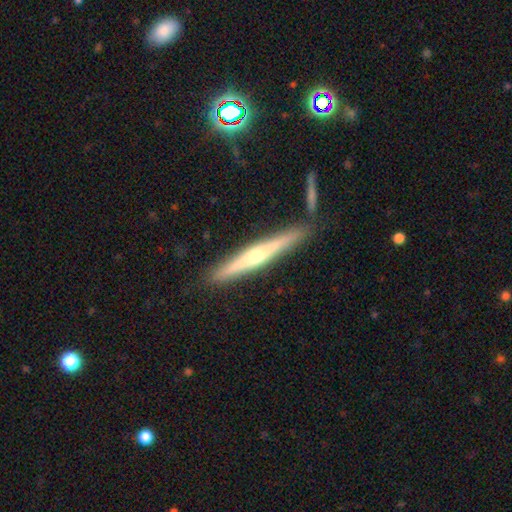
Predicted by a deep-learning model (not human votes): This is likely a featured or disk galaxy (65%). It is clearly viewed edge-on (97%). Edge-on bulge: likely rounded (80%). Merging: clearly none (86%).